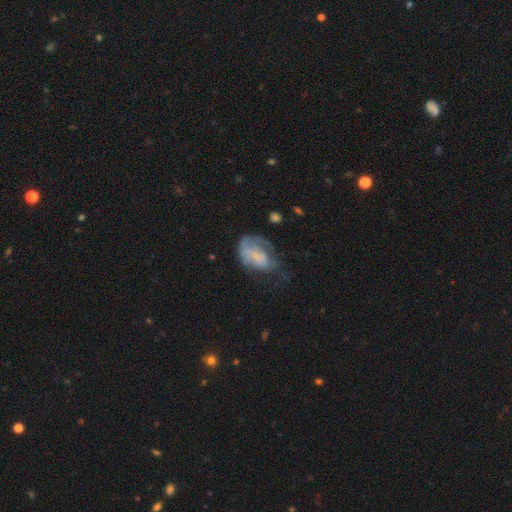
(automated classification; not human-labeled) smooth-or-featured: smooth: 46% | featured or disk: 44% | star or artifact: 10%
  merging: major disturbance: 40% | minor disturbance: 29% | none: 27% | merger: 4%